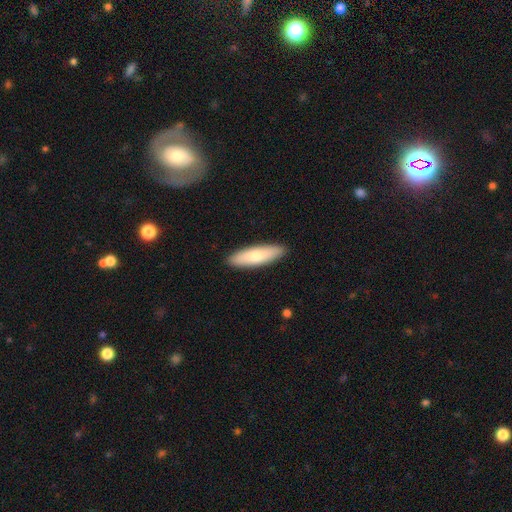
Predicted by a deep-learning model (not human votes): Morphology: type=smooth (75%); roundness=cigar-shaped (56%); merging=none (90%).